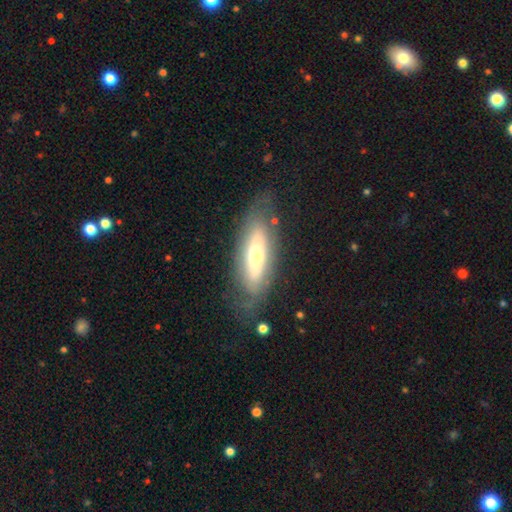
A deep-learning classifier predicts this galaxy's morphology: This is possibly a featured or disk galaxy (52%). It is likely not viewed edge-on (62%). Merging: likely none (70%).